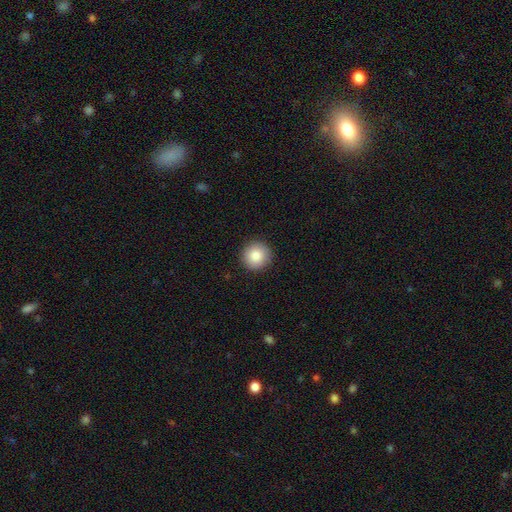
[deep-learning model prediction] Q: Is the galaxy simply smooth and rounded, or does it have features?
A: smooth — 86%.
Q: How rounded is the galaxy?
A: round — 95%.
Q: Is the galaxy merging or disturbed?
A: none — 92%.